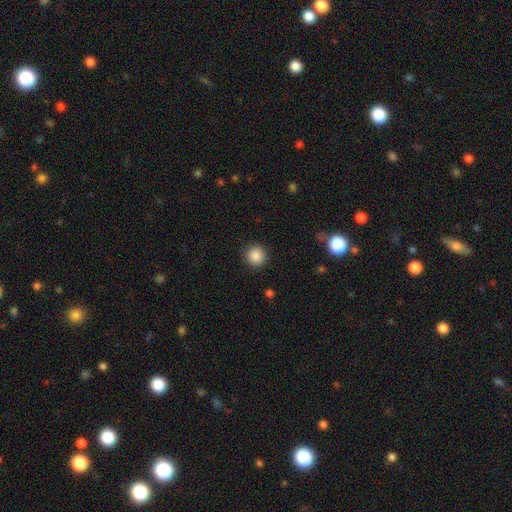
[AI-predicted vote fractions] Smooth or featured?
  - smooth: 87% *
  - star or artifact: 10%
  - featured or disk: 3%
How rounded?
  - round: 94% *
  - in between: 5%
  - cigar-shaped: 1%
Merging?
  - none: 91% *
  - minor disturbance: 6%
  - major disturbance: 2%
  - merger: 1%